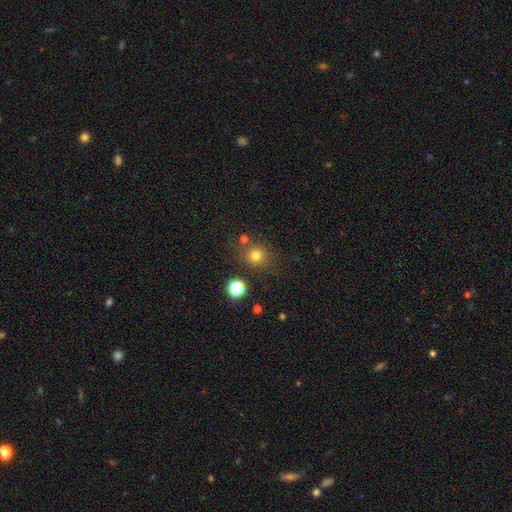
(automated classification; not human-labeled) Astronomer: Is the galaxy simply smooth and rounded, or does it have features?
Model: smooth — 75%.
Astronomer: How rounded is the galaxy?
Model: round — 87%.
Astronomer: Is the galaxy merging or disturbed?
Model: none — 77%.